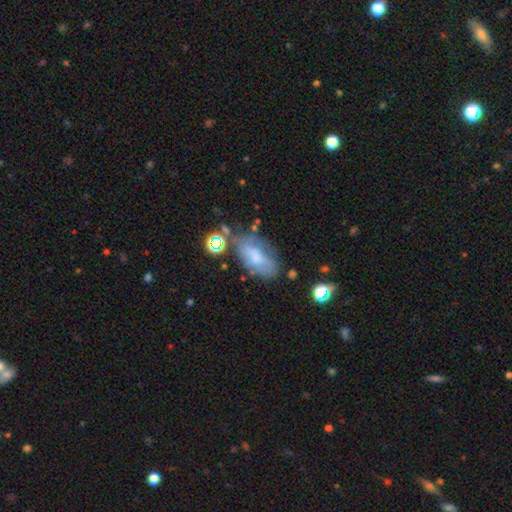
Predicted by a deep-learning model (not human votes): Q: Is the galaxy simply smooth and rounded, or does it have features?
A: smooth — 55%.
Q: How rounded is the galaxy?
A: in between — 89%.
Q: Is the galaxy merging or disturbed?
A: none — 52%.